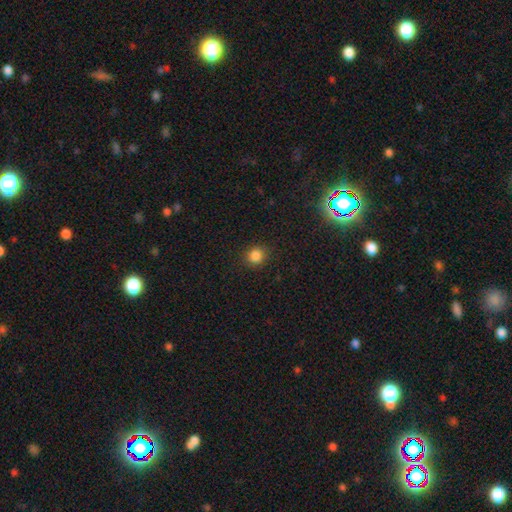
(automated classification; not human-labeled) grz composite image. It shows a smooth galaxy with no disk features (84%) that is round (87%). Merging: none (89%).